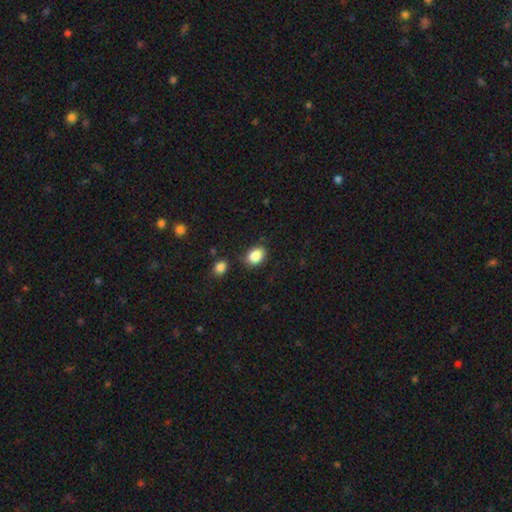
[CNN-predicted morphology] Overall: smooth (87%). How rounded: in between (76%). Merging: none (75%).